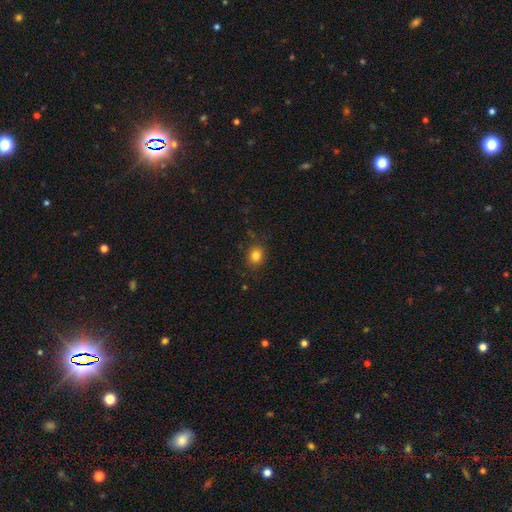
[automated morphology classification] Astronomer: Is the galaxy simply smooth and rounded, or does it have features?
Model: smooth — 81%.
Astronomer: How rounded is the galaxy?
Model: round — 74%.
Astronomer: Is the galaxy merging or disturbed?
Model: none — 85%.